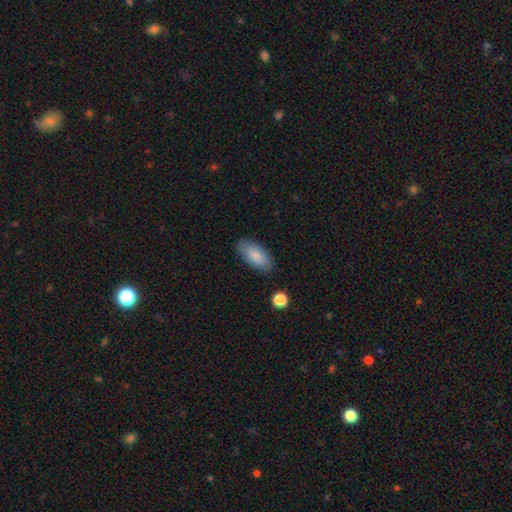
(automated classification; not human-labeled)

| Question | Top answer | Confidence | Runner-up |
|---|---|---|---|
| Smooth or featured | smooth | 84% | featured or disk (10%) |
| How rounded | in between | 91% | cigar-shaped (7%) |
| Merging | none | 84% | minor disturbance (12%) |